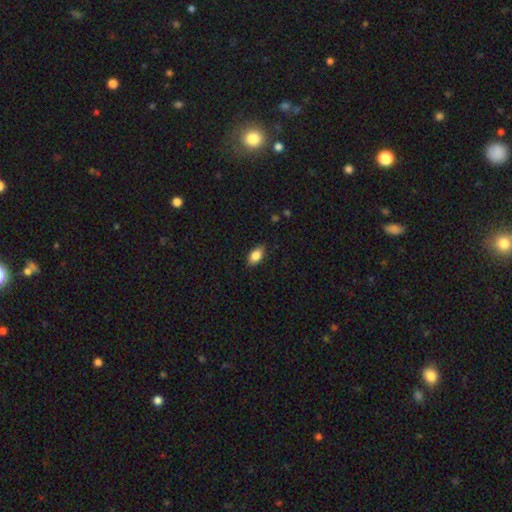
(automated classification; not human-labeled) smooth-or-featured: smooth: 84% | featured or disk: 8% | star or artifact: 8%
  how-rounded: in between: 90% | round: 7% | cigar-shaped: 4%
  merging: none: 85% | minor disturbance: 12% | major disturbance: 2% | merger: 1%